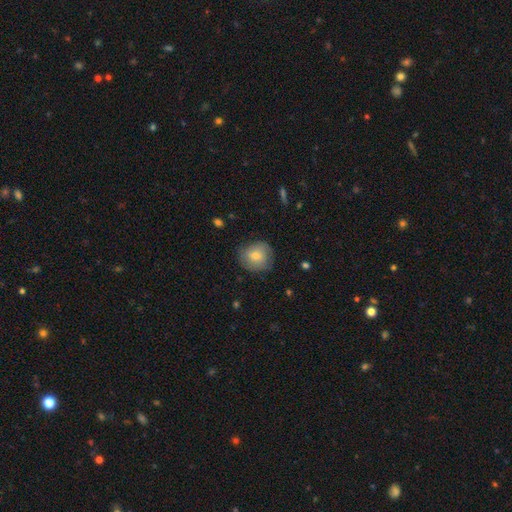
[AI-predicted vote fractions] Smooth or featured?
  - smooth: 71% *
  - featured or disk: 21%
  - star or artifact: 8%
How rounded?
  - round: 81% *
  - in between: 18%
  - cigar-shaped: 1%
Merging?
  - none: 79% *
  - minor disturbance: 16%
  - major disturbance: 4%
  - merger: 1%